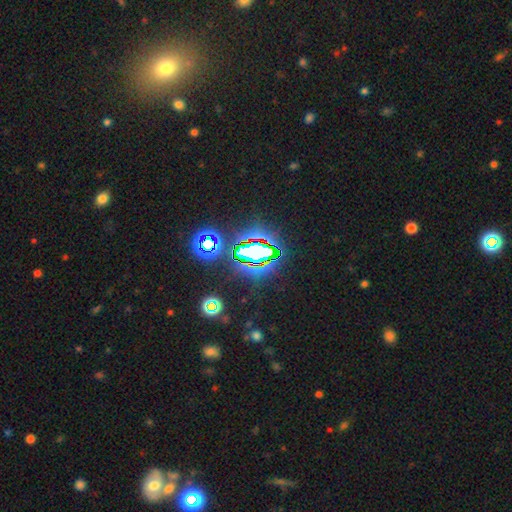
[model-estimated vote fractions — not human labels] star or artifact 72%, smooth 16%, featured or disk 11%.